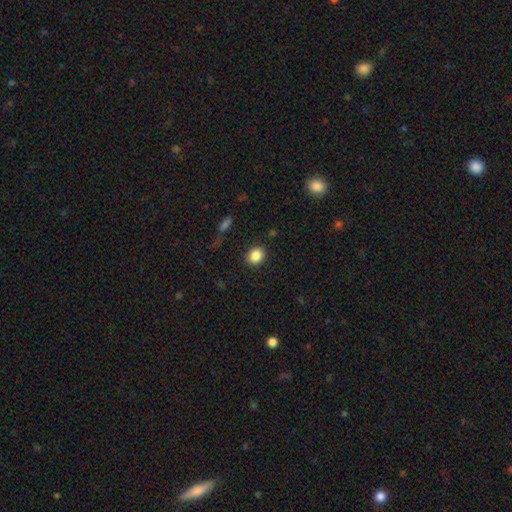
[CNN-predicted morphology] smooth_or_featured: smooth (p=0.86) [alt: star or artifact p=0.10]
how_rounded: round (p=0.67) [alt: in between p=0.32]
merging: none (p=0.88) [alt: minor disturbance p=0.07]